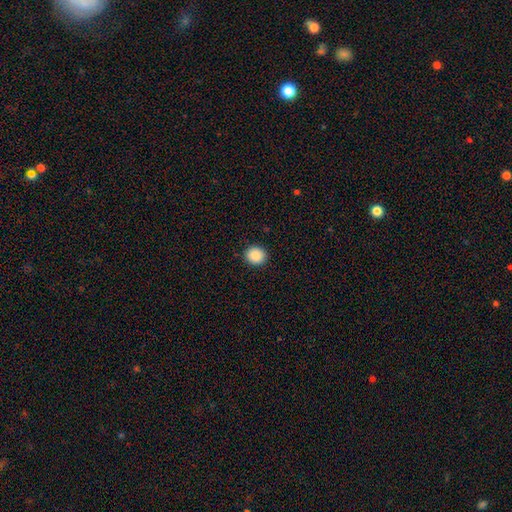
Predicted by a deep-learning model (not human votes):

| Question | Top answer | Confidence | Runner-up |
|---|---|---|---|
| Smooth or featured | smooth | 89% | star or artifact (8%) |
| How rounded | round | 83% | in between (16%) |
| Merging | none | 92% | minor disturbance (5%) |